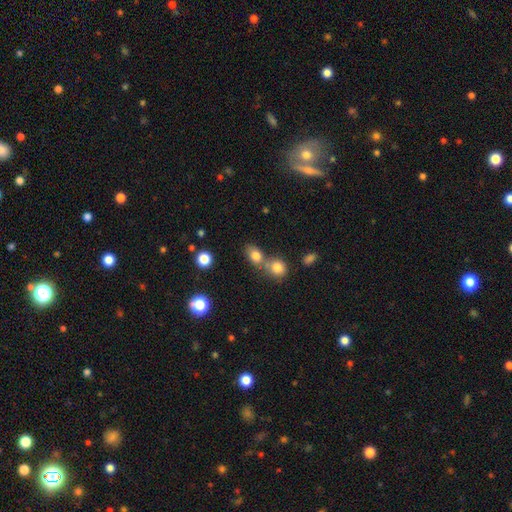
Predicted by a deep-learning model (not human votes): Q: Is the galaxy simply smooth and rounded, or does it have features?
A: smooth — 80%.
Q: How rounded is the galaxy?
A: in between — 59%.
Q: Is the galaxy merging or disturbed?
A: none — 45%.